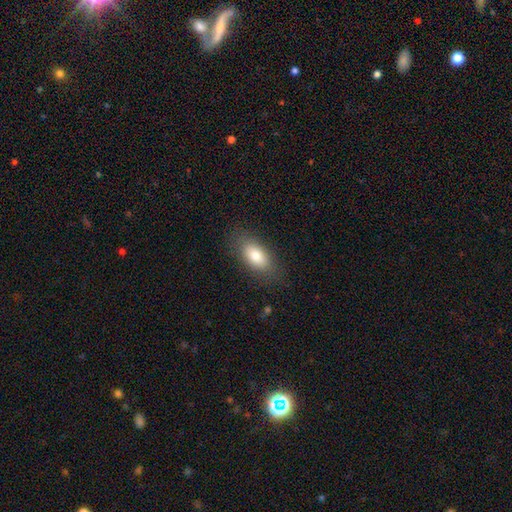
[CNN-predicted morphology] smooth-or-featured: smooth: 80% | featured or disk: 13% | star or artifact: 7%
  how-rounded: in between: 88% | cigar-shaped: 8% | round: 4%
  merging: none: 84% | minor disturbance: 12% | major disturbance: 4% | merger: 1%